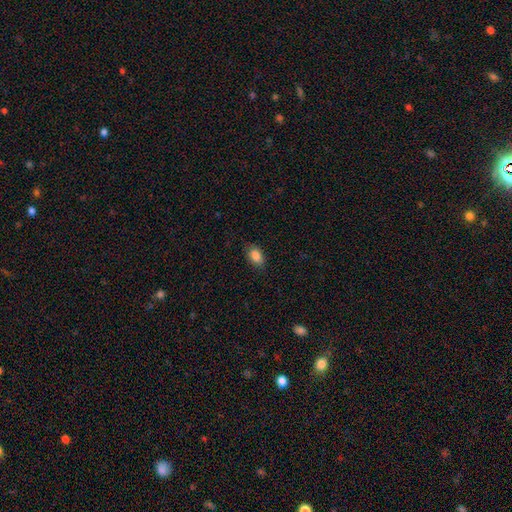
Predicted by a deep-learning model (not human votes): smooth-or-featured: smooth: 87% | star or artifact: 9% | featured or disk: 5%
  how-rounded: in between: 86% | round: 12% | cigar-shaped: 2%
  merging: none: 80% | minor disturbance: 16% | major disturbance: 3% | merger: 1%